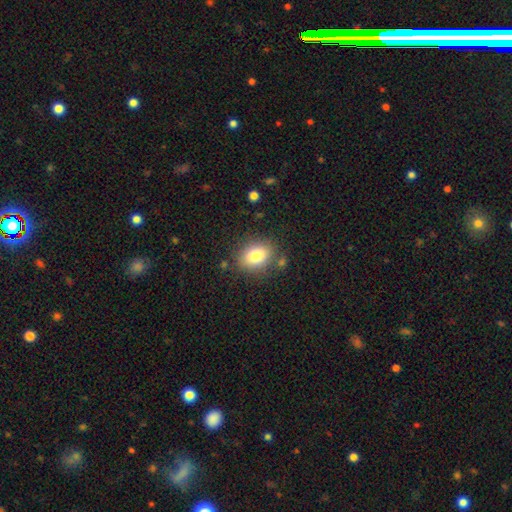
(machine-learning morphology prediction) Q: Smooth or featured?
A: smooth (82%); runner-up: featured or disk (9%)
Q: How rounded?
A: in between (66%); runner-up: round (33%)
Q: Merging?
A: none (79%); runner-up: minor disturbance (13%)